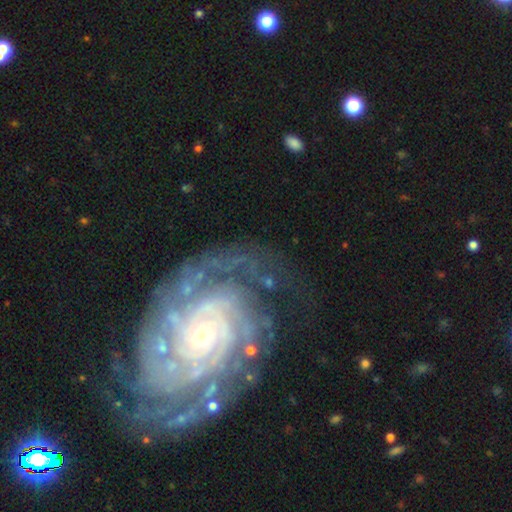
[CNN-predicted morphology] The model was most divided on "spiral arm count": can't tell: 24%, 2: 19%, 4: 18%, 3: 17%, more than 4: 14%, 1: 8%. More confident: spiral arms — yes (98%); edge-on disk — no (97%); smooth or featured — featured or disk (90%); spiral winding — tight (77%); bar — no (74%); merging — none (72%); bulge size — small (67%).